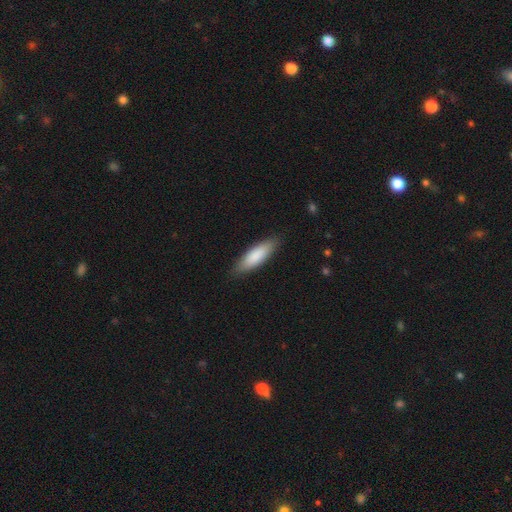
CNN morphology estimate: Smooth or featured: smooth — 85% (featured or disk — 10%)
How rounded: in between — 50% (cigar-shaped — 49%)
Merging: none — 86% (minor disturbance — 11%)